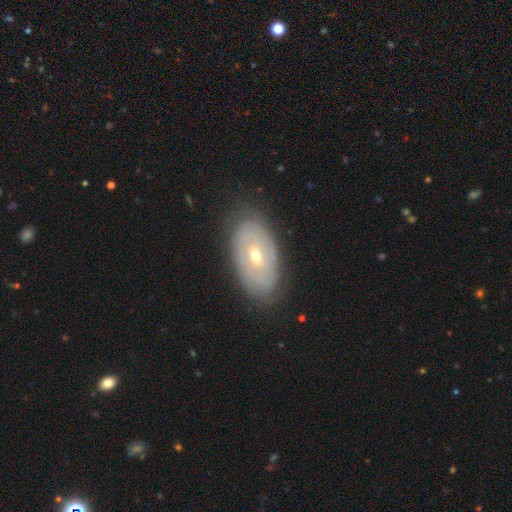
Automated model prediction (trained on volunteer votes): A featured or disk galaxy (70%) with no bar (63%), spiral arms (65%) and a small central bulge (52%). Merging: none (81%).